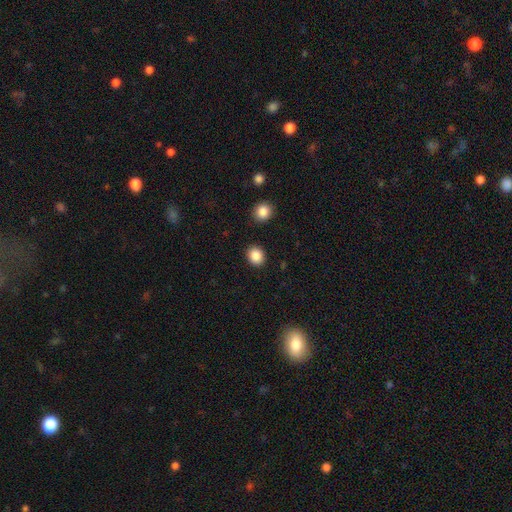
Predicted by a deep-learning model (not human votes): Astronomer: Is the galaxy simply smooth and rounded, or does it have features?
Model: smooth — 87%.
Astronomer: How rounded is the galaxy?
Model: round — 69%.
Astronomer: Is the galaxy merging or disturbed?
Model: none — 89%.